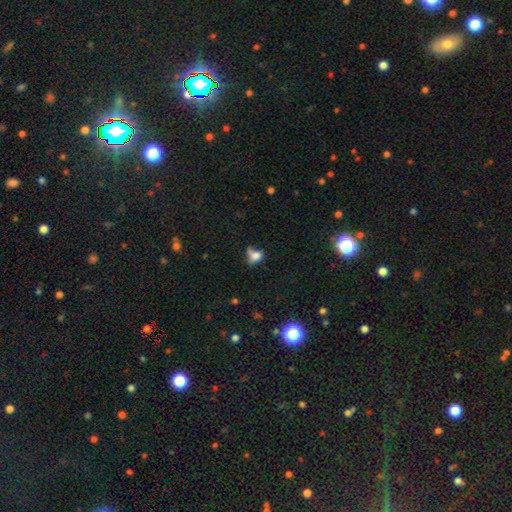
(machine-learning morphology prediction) smooth_or_featured: smooth (p=0.72) [alt: star or artifact p=0.15]
how_rounded: in between (p=0.57) [alt: round p=0.41]
merging: none (p=0.34) [alt: merger p=0.26]